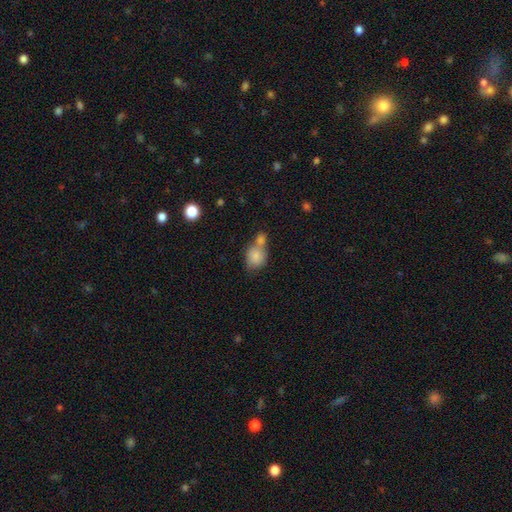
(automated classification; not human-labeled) Morphology: type=smooth (82%); roundness=round (53%); merging=merger (50%).